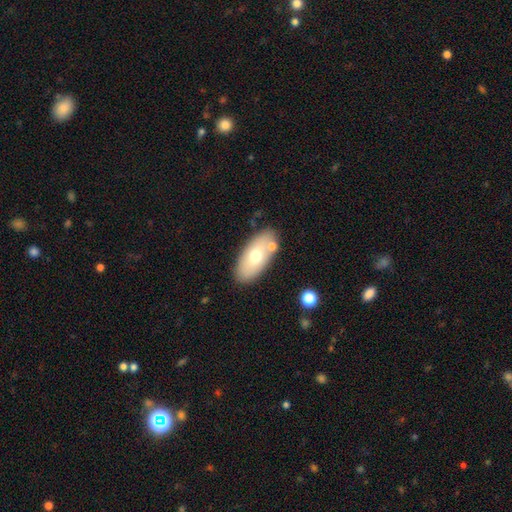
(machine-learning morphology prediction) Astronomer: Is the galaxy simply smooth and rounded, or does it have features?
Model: smooth — 64%.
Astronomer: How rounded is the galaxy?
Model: in between — 90%.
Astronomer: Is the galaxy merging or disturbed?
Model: none — 76%.